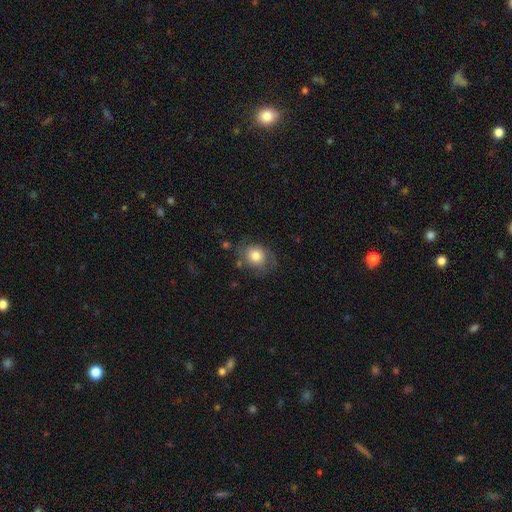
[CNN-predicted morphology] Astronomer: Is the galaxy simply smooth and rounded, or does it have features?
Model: smooth — 73%.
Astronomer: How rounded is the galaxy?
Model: round — 65%.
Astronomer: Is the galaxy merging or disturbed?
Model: none — 64%.